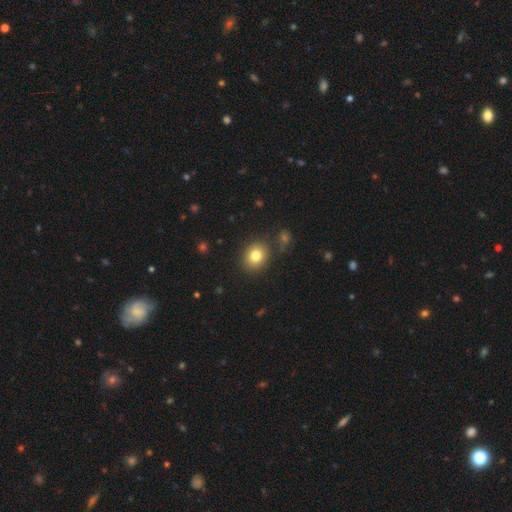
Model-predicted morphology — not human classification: smooth_or_featured: smooth (p=0.81) [alt: star or artifact p=0.11]
how_rounded: round (p=0.66) [alt: in between p=0.34]
merging: none (p=0.85) [alt: minor disturbance p=0.09]